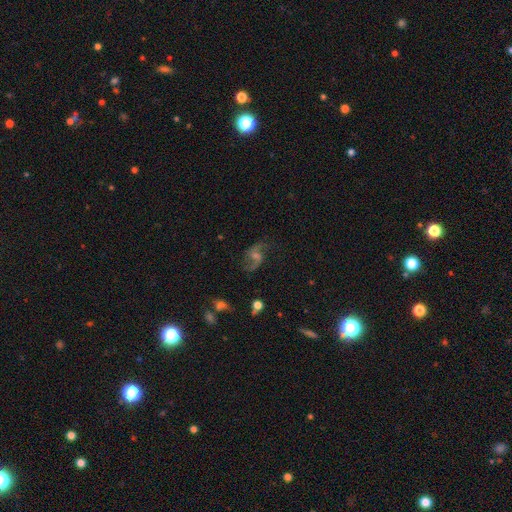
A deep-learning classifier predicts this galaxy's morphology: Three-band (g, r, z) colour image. It shows a featured or disk galaxy (80%) with a weak bar (44%), 2 (91%) loose (66%) spiral arms (95%) and a small central bulge (41%). Merging: none (75%).